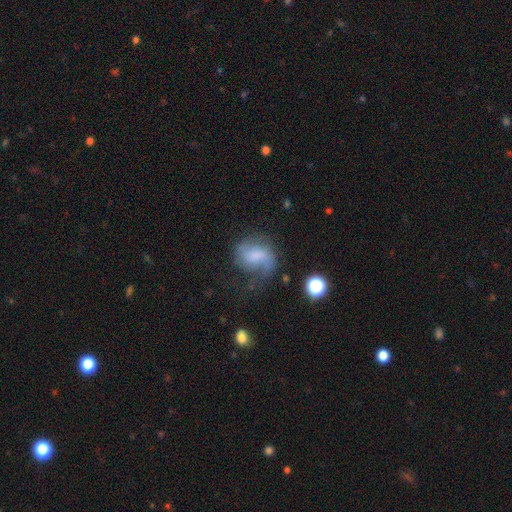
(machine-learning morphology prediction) This appears to be a featured or disk galaxy (56%) with no bar (47%), spiral arms (85%) and no central bulge (36%). Merging: none (44%).